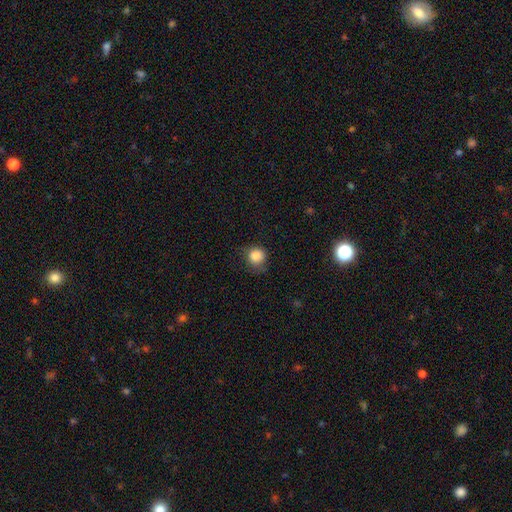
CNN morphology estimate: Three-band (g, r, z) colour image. It shows a smooth galaxy with no disk features (84%) that is round (88%). Merging: none (71%).